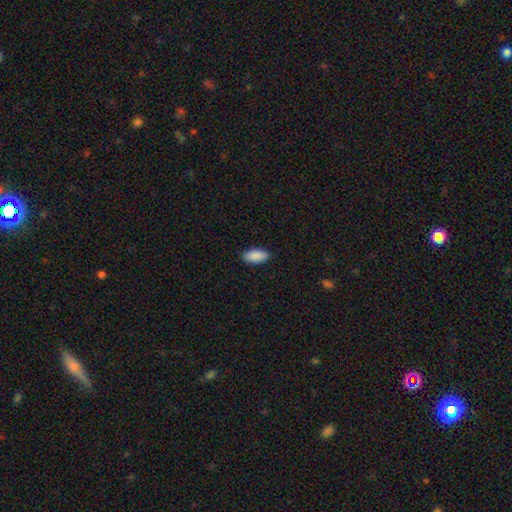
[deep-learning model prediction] smooth_or_featured: smooth (p=0.91) [alt: star or artifact p=0.06]
how_rounded: in between (p=0.91) [alt: cigar-shaped p=0.07]
merging: none (p=0.90) [alt: minor disturbance p=0.08]